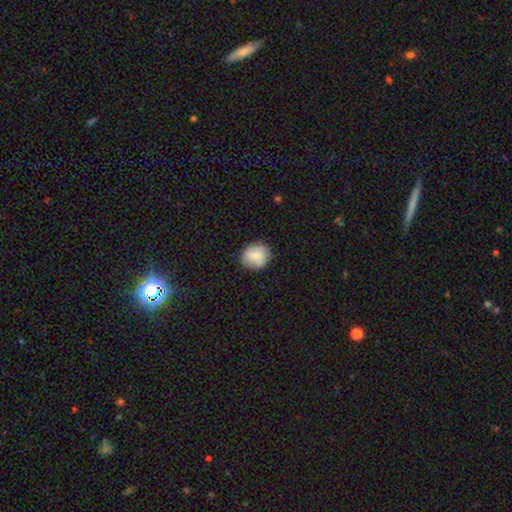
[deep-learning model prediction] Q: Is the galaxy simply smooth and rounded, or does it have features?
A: smooth — 71%.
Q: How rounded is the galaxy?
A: round — 83%.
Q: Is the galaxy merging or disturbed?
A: none — 82%.